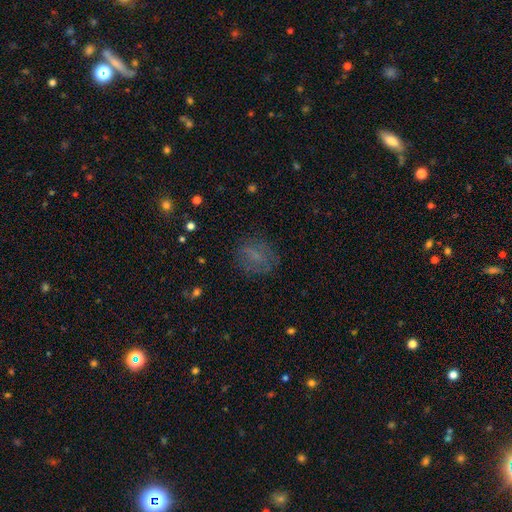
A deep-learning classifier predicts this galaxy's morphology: smooth-or-featured: smooth: 55% | featured or disk: 28% | star or artifact: 17%
  how-rounded: round: 59% | in between: 39% | cigar-shaped: 2%
  merging: none: 73% | minor disturbance: 16% | major disturbance: 10% | merger: 1%